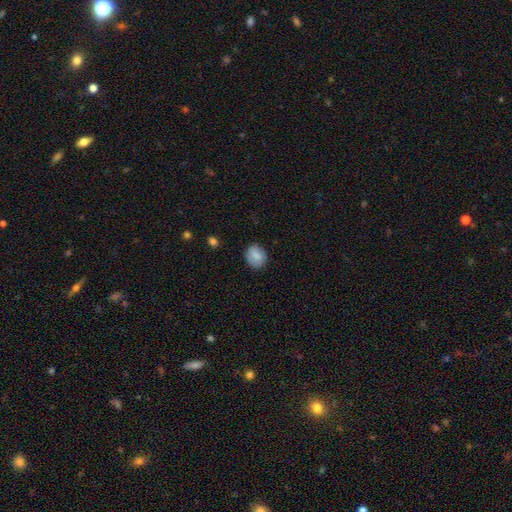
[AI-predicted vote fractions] This is clearly a smooth galaxy (82%). How rounded: possibly round (60%). Merging: clearly none (82%).